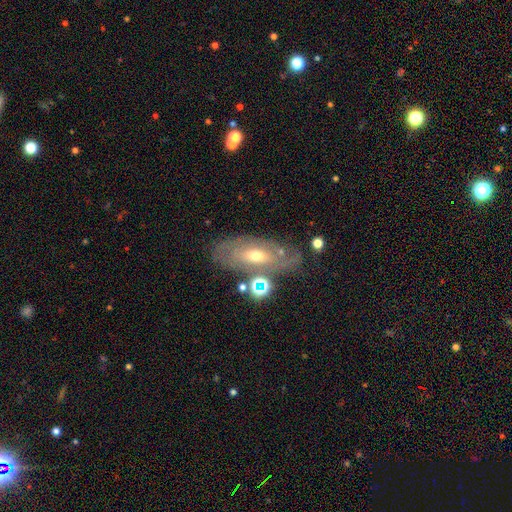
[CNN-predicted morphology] Overall: featured or disk (59%; smooth 31%). Edge-on disk: no (81%). Merging: none (67%).